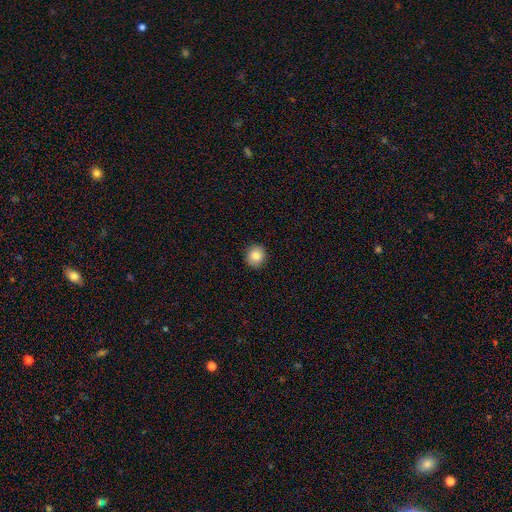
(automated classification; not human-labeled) A smooth galaxy with no disk features (84%) that is round (89%).

Vote fractions:
- Smooth or featured? smooth: 84% / star or artifact: 9% / featured or disk: 7%
- How rounded? round: 89% / in between: 10% / cigar-shaped: 1%
- Merging? none: 90% / minor disturbance: 7% / major disturbance: 2% / merger: 1%